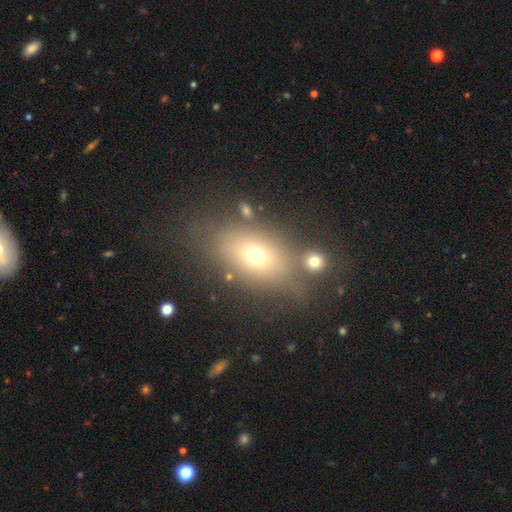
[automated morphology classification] This is likely a smooth galaxy (63%). How rounded: likely in between (77%). Merging: likely none (70%).